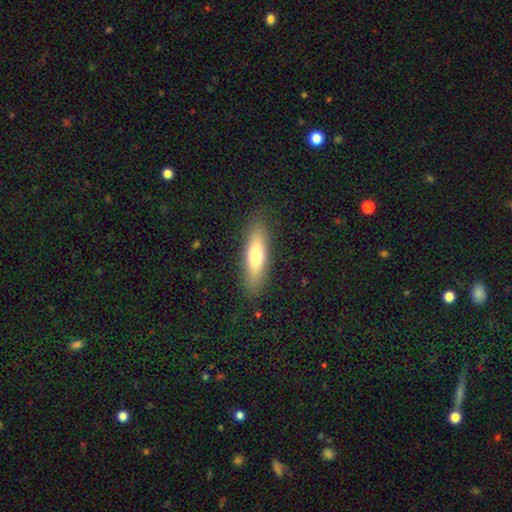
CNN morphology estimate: Smooth or featured: smooth — 68% (featured or disk — 26%)
How rounded: cigar-shaped — 62% (in between — 36%)
Merging: none — 86% (minor disturbance — 10%)